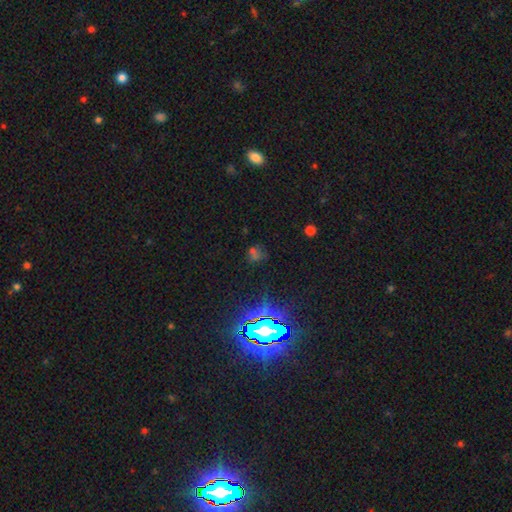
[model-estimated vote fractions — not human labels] Overall: star or artifact (62%; smooth 27%).